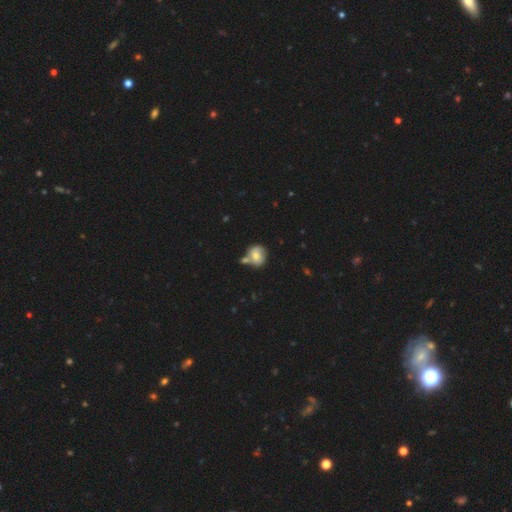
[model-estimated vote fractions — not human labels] A smooth galaxy with no disk features (60%) that is round (73%).

Vote fractions:
- Smooth or featured? smooth: 60% / featured or disk: 31% / star or artifact: 9%
- How rounded? round: 73% / in between: 26% / cigar-shaped: 1%
- Merging? none: 48% / merger: 30% / minor disturbance: 17% / major disturbance: 5%